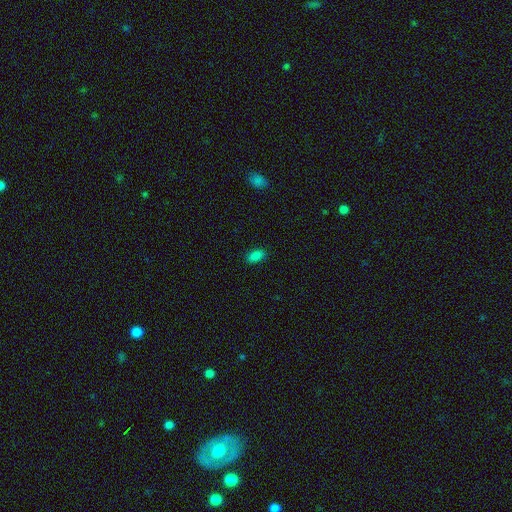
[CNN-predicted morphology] smooth_or_featured: smooth (p=0.85) [alt: star or artifact p=0.11]
how_rounded: in between (p=0.92) [alt: round p=0.04]
merging: none (p=0.88) [alt: minor disturbance p=0.09]